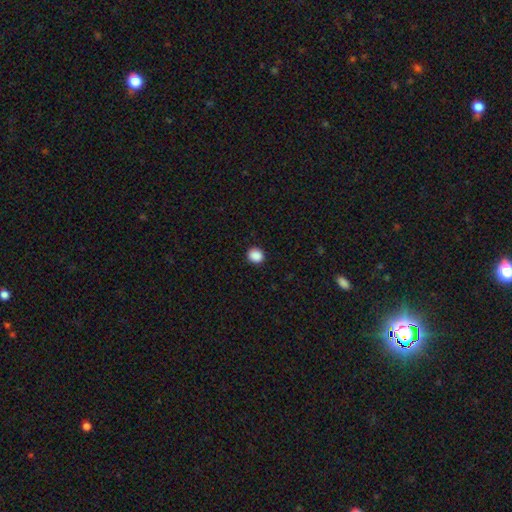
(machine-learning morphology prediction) This appears to be a smooth galaxy with no disk features (89%) that is round (79%). Merging: none (91%).